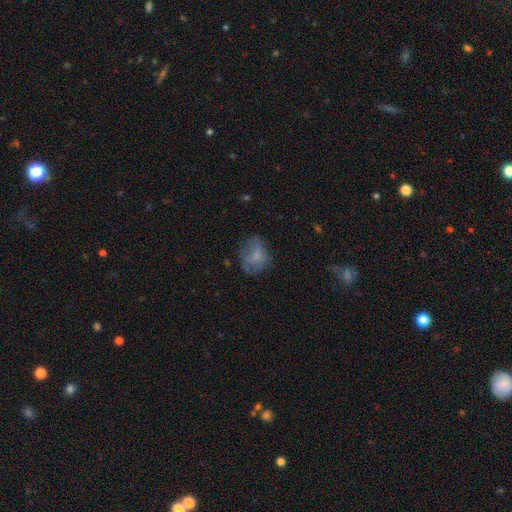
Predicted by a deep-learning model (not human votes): Smooth or featured? smooth (56%)
How rounded? in between (60%)
Merging? none (51%)